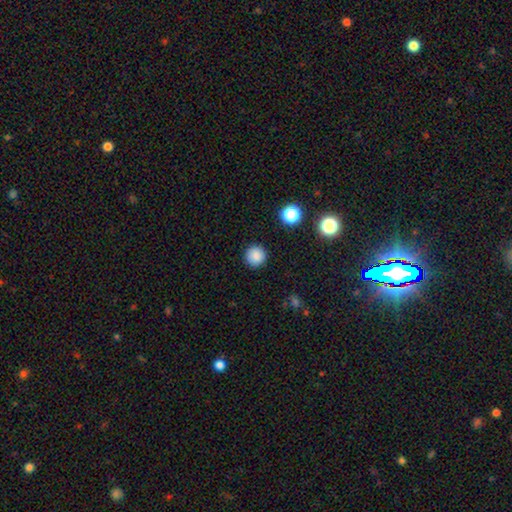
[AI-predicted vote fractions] Overall: smooth (86%). How rounded: round (96%). Merging: none (92%).